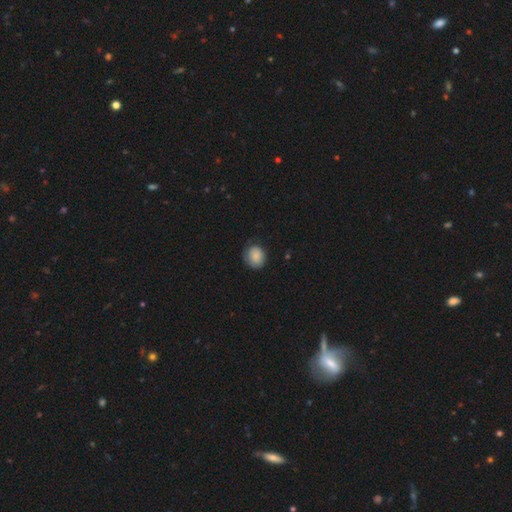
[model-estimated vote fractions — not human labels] Smooth or featured? Predicted: smooth (p=0.84). How rounded? Predicted: round (p=0.69). Merging? Predicted: none (p=0.67).